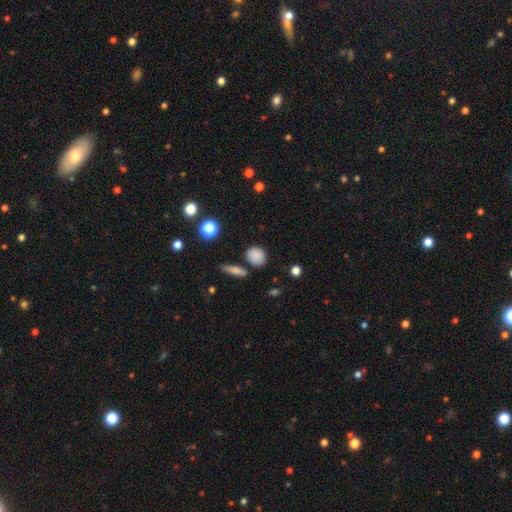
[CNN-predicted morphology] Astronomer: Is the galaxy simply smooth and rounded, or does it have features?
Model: smooth — 84%.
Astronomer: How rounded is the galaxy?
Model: round — 74%.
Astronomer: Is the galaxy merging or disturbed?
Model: none — 78%.